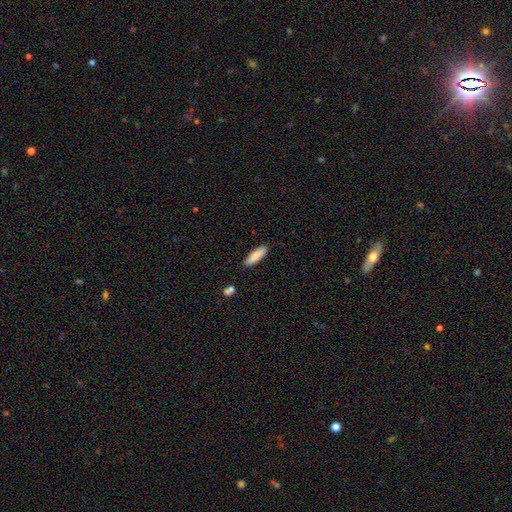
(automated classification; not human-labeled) smooth-or-featured: smooth: 87% | featured or disk: 7% | star or artifact: 6%
  how-rounded: cigar-shaped: 56% | in between: 42% | round: 1%
  merging: none: 88% | minor disturbance: 9% | major disturbance: 2% | merger: 2%